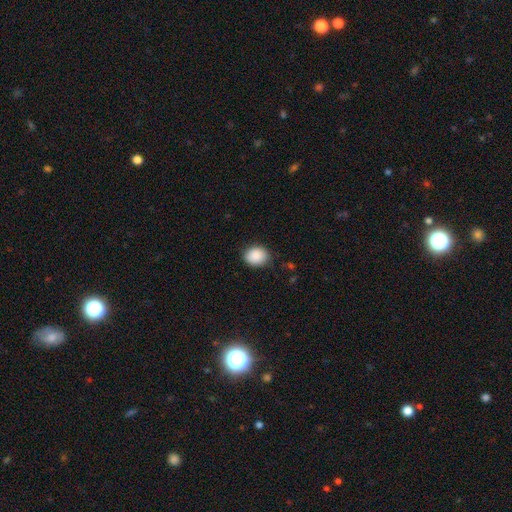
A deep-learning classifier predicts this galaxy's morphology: A smooth galaxy with no disk features (89%) that is round (51%).

Vote fractions:
- Smooth or featured? smooth: 89% / star or artifact: 8% / featured or disk: 3%
- How rounded? round: 51% / in between: 48% / cigar-shaped: 1%
- Merging? none: 83% / minor disturbance: 13% / major disturbance: 3% / merger: 1%